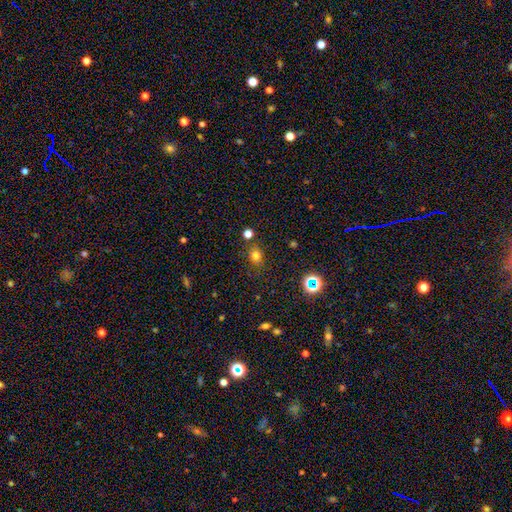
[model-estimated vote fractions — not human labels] This is likely a smooth galaxy (74%). How rounded: likely round (70%). Merging: clearly none (80%).